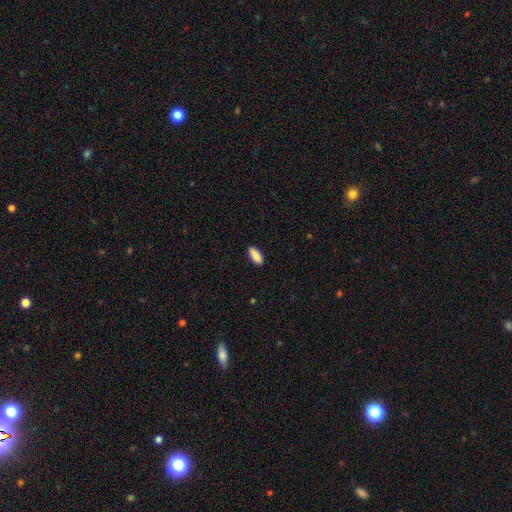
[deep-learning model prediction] smooth 89%, star or artifact 6%, featured or disk 5%. Down the decision tree: how rounded — in between (74%); merging — none (89%).